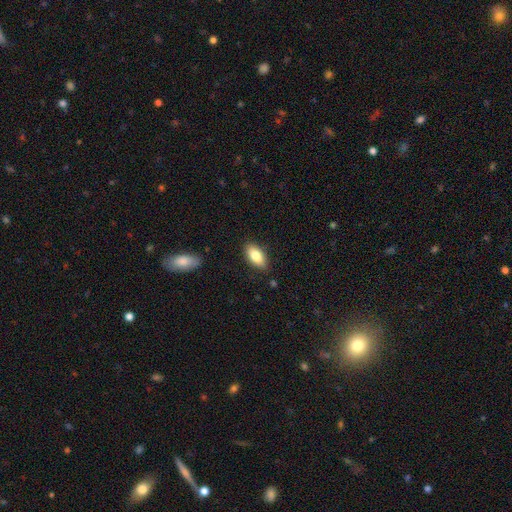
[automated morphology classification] Smooth or featured: smooth — 83% (featured or disk — 11%)
How rounded: in between — 90% (cigar-shaped — 7%)
Merging: none — 85% (minor disturbance — 11%)